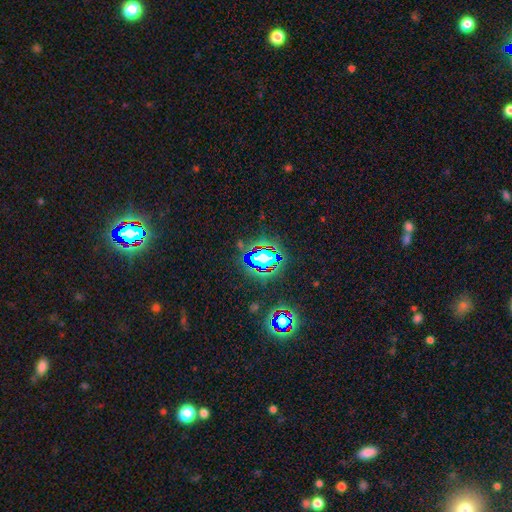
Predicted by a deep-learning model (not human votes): smooth_or_featured: star or artifact (p=0.79) [alt: smooth p=0.13]